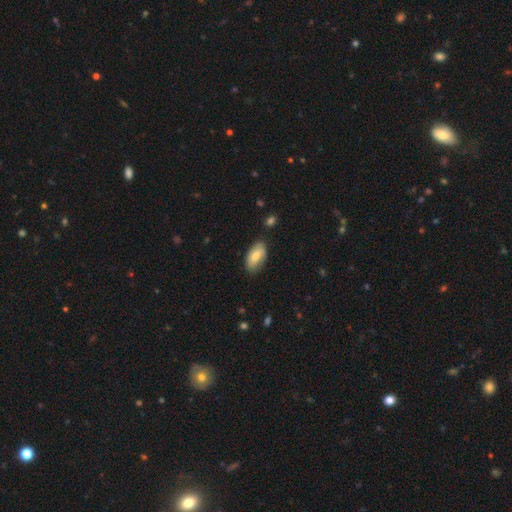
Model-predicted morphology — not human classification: smooth 76%, featured or disk 18%, star or artifact 6%. Down the decision tree: how rounded — in between (94%); merging — none (77%).